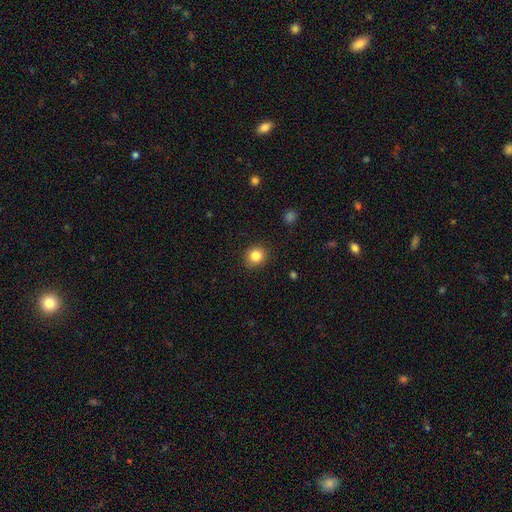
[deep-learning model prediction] A smooth galaxy with no disk features (84%) that is round (85%). Merging: none (90%).